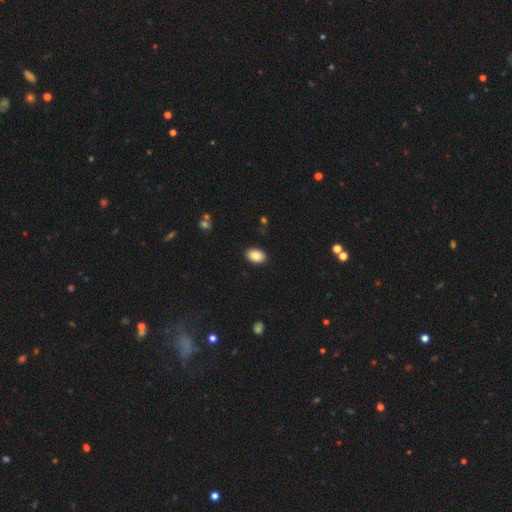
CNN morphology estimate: This appears to be a smooth galaxy with no disk features (86%) that is in between round and cigar-shaped (88%). Merging: none (90%).